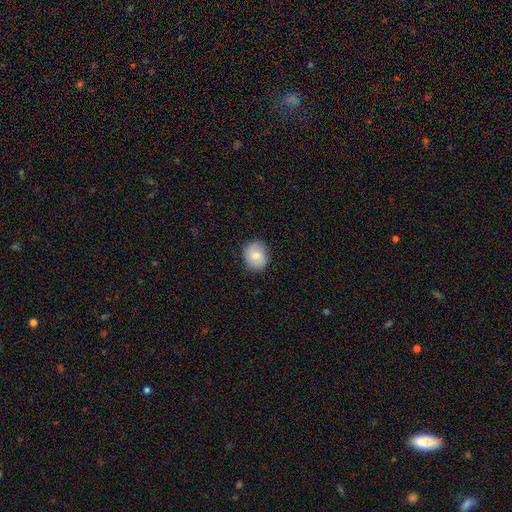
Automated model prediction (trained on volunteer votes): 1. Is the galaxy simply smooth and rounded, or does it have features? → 77% smooth, 15% featured or disk, 7% star or artifact.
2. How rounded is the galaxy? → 58% round, 41% in between, 1% cigar-shaped.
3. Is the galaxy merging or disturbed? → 85% none, 12% minor disturbance, 3% major disturbance, 1% merger.